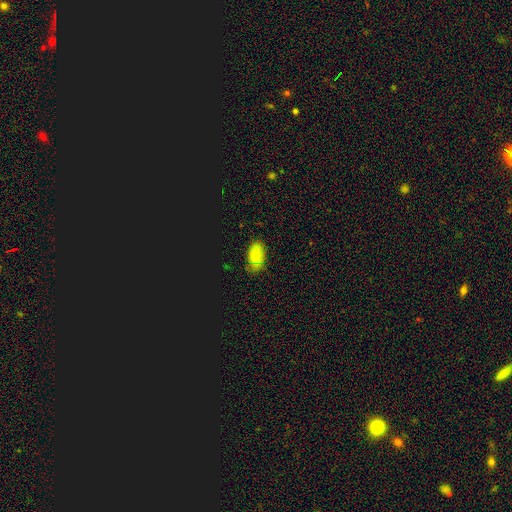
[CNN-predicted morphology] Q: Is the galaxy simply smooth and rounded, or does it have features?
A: smooth — 72%.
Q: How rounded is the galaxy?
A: in between — 93%.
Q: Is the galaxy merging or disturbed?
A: none — 67%.